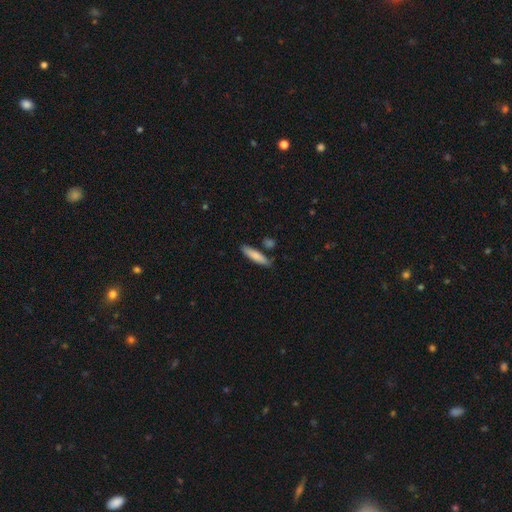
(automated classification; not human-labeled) Smooth or featured?
  - smooth: 79% *
  - featured or disk: 15%
  - star or artifact: 6%
How rounded?
  - cigar-shaped: 76% *
  - in between: 23%
  - round: 2%
Merging?
  - none: 79% *
  - minor disturbance: 13%
  - merger: 5%
  - major disturbance: 3%